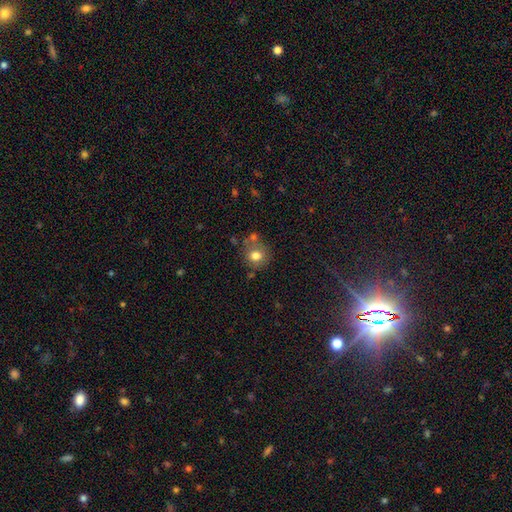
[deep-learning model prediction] This appears to be a smooth galaxy with no disk features (77%) that is round (84%). Merging: none (67%).